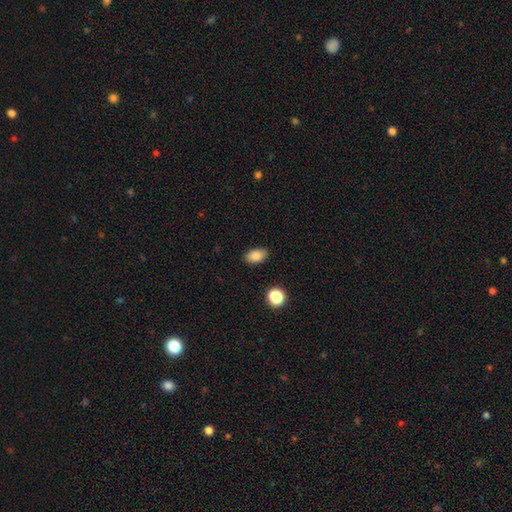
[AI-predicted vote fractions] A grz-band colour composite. It shows a smooth galaxy with no disk features (86%) that is in between round and cigar-shaped (89%). Merging: none (86%).